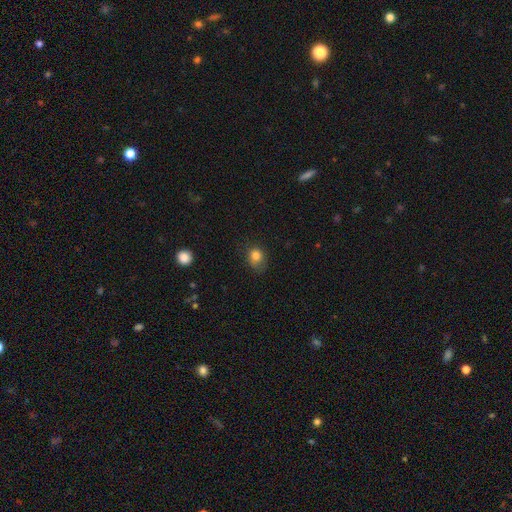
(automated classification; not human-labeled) A smooth galaxy with no disk features (81%) that is round (61%). Merging: none (59%).